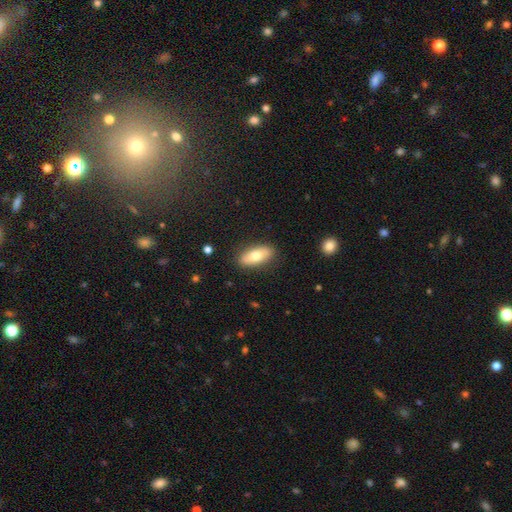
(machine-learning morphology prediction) smooth_or_featured: smooth (p=0.71) [alt: featured or disk p=0.23]
how_rounded: in between (p=0.83) [alt: cigar-shaped p=0.14]
merging: none (p=0.86) [alt: minor disturbance p=0.10]